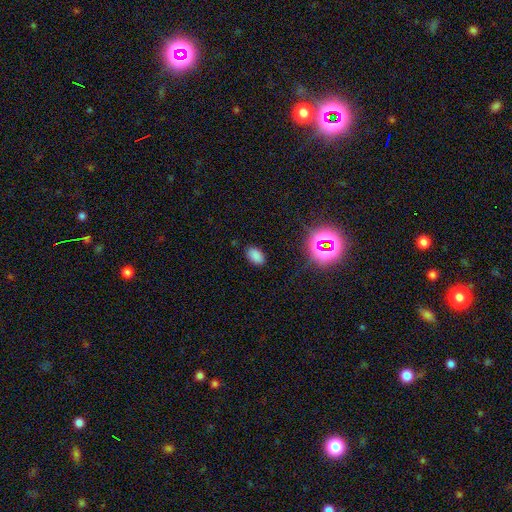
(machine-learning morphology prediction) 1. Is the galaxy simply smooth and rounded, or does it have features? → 79% smooth, 17% star or artifact, 5% featured or disk.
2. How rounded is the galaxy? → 90% in between, 8% round, 1% cigar-shaped.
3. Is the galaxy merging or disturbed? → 86% none, 10% minor disturbance, 3% major disturbance, 1% merger.